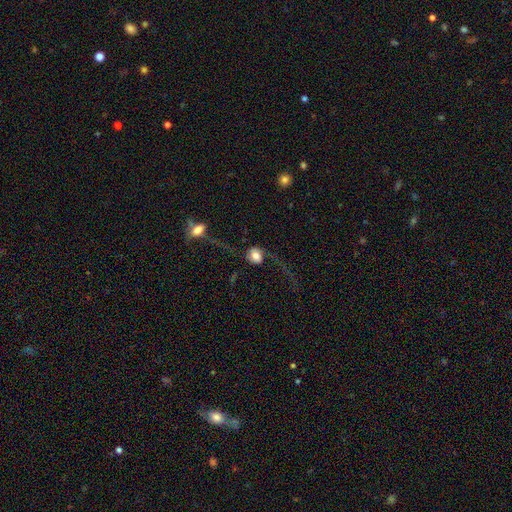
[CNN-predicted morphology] This is possibly a smooth galaxy (49%). Merging: marginally major disturbance (42%).